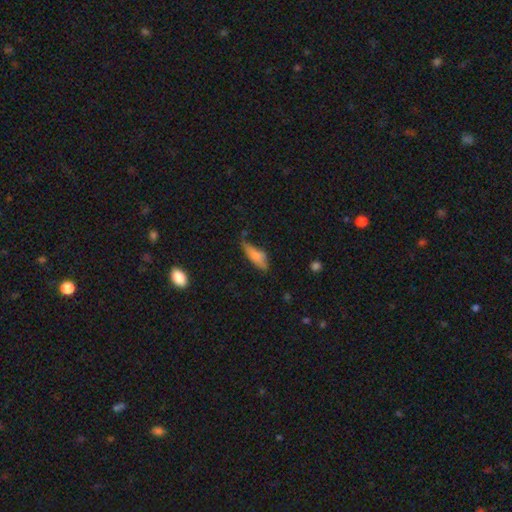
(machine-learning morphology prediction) A smooth galaxy with no disk features (71%) that is in between round and cigar-shaped (60%).

Vote fractions:
- Smooth or featured? smooth: 71% / featured or disk: 20% / star or artifact: 8%
- How rounded? in between: 60% / cigar-shaped: 37% / round: 3%
- Merging? none: 44% / minor disturbance: 36% / major disturbance: 15% / merger: 5%